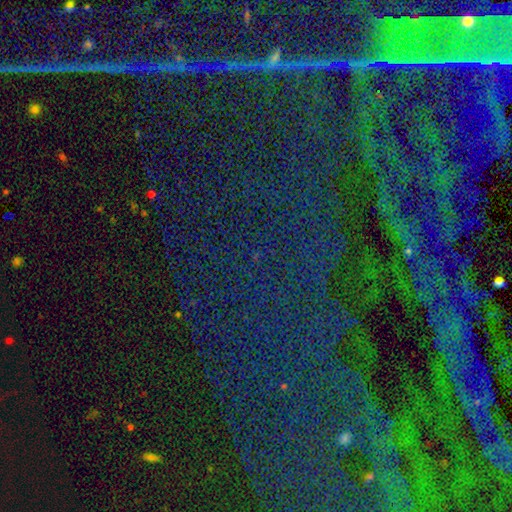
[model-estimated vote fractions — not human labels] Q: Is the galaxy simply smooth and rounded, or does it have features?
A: star or artifact — 82%.